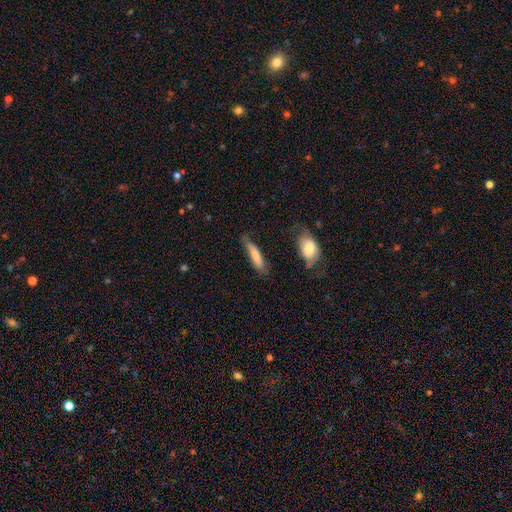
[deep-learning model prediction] Smooth or featured? Predicted: smooth (p=0.74). How rounded? Predicted: cigar-shaped (p=0.77). Merging? Predicted: none (p=0.64).